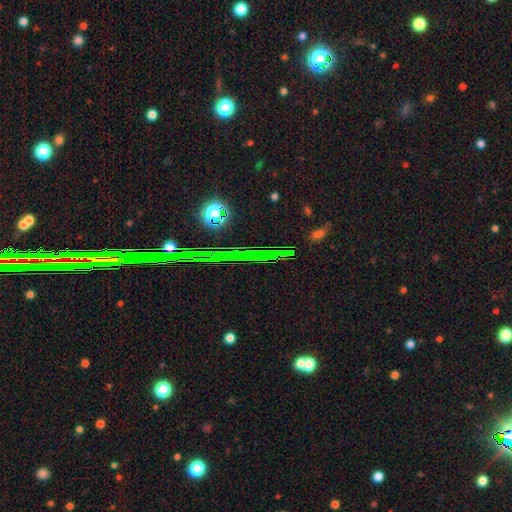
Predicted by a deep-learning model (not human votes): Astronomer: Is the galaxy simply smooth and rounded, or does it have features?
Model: star or artifact — 72%.